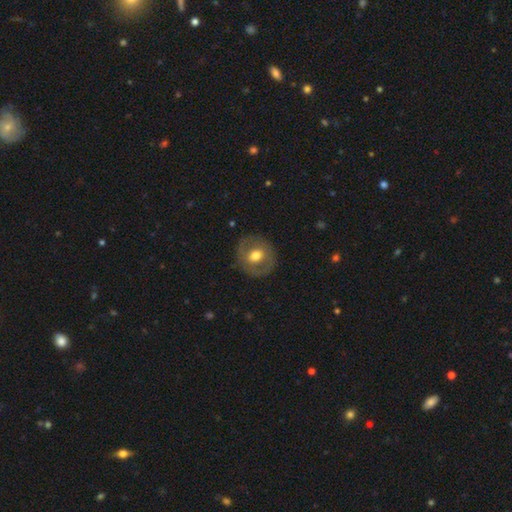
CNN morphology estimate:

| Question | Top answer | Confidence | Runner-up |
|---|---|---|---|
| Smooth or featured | smooth | 53% | featured or disk (40%) |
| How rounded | round | 85% | in between (14%) |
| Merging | none | 84% | minor disturbance (11%) |